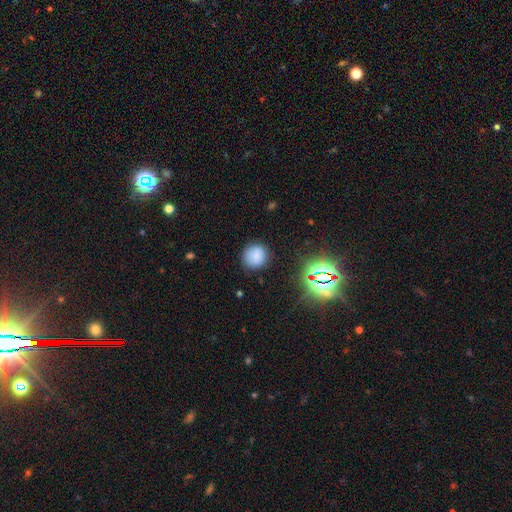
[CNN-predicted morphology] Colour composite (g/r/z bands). It shows a smooth galaxy with no disk features (80%) that is round (88%). Merging: none (85%).